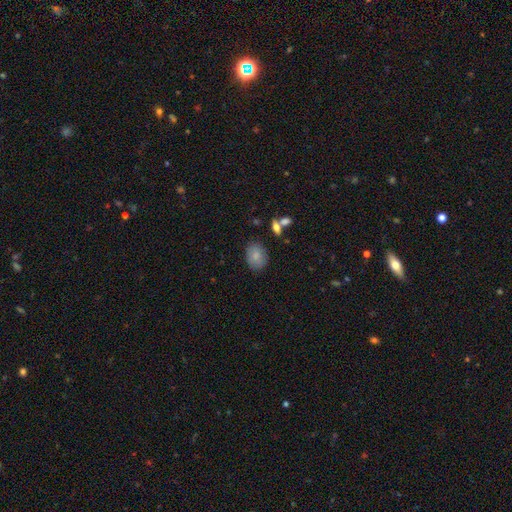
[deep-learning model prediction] smooth_or_featured: smooth (p=0.83) [alt: featured or disk p=0.09]
how_rounded: in between (p=0.66) [alt: round p=0.33]
merging: none (p=0.81) [alt: minor disturbance p=0.13]